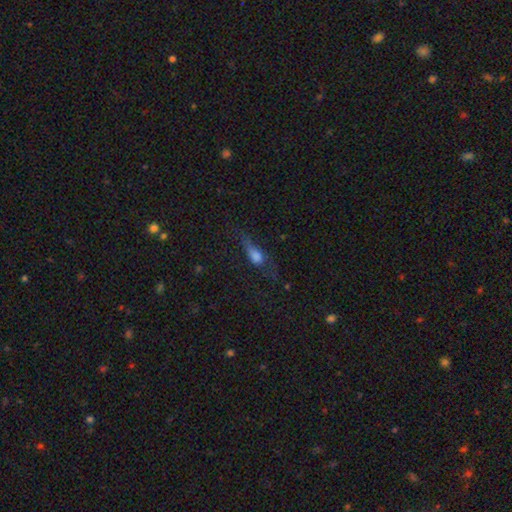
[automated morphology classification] Q: Smooth or featured?
A: smooth (57%); runner-up: featured or disk (26%)
Q: How rounded?
A: in between (55%); runner-up: cigar-shaped (33%)
Q: Merging?
A: none (38%); runner-up: major disturbance (31%)